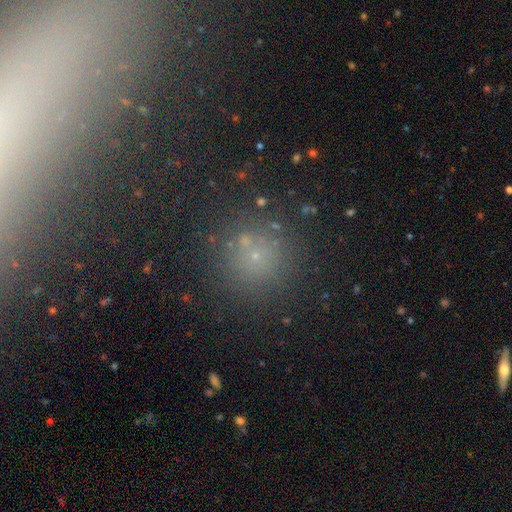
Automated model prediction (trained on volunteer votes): This appears to be a smooth galaxy with no disk features (59%) that is round (95%). Merging: none (80%).